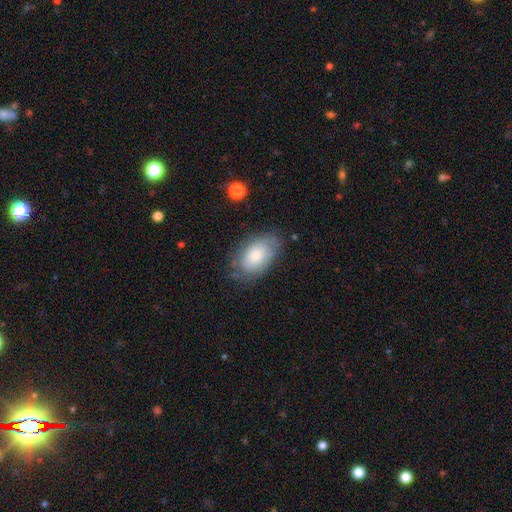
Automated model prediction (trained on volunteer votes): smooth 75%, featured or disk 18%, star or artifact 7%. Down the decision tree: how rounded — in between (91%); merging — none (68%).